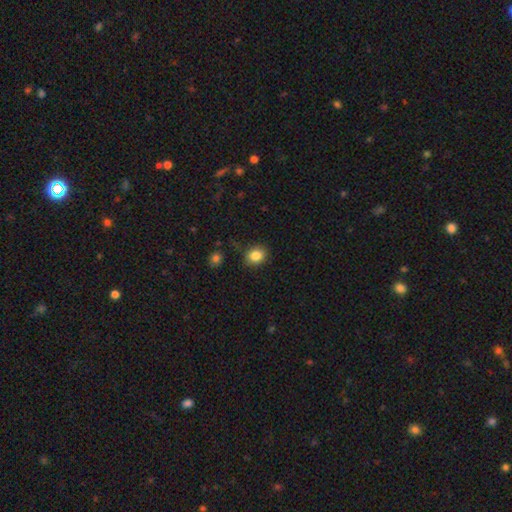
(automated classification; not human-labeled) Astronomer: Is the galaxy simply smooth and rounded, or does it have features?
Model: smooth — 84%.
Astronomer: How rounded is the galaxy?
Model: round — 57% (runner-up: in between, 43%).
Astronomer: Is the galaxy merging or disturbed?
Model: none — 84%.